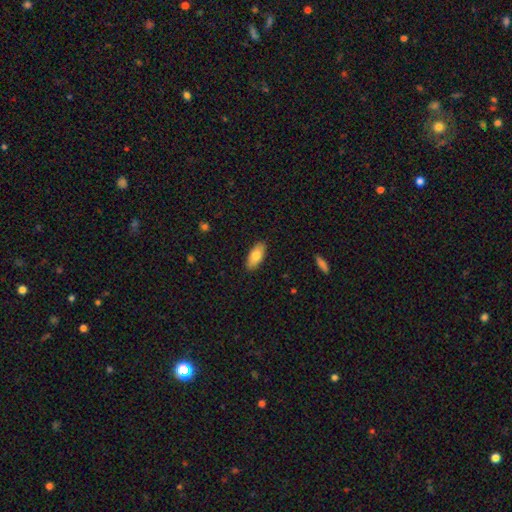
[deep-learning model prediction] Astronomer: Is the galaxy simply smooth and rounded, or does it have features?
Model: smooth — 80%.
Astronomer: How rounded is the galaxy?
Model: in between — 86%.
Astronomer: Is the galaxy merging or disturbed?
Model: none — 89%.